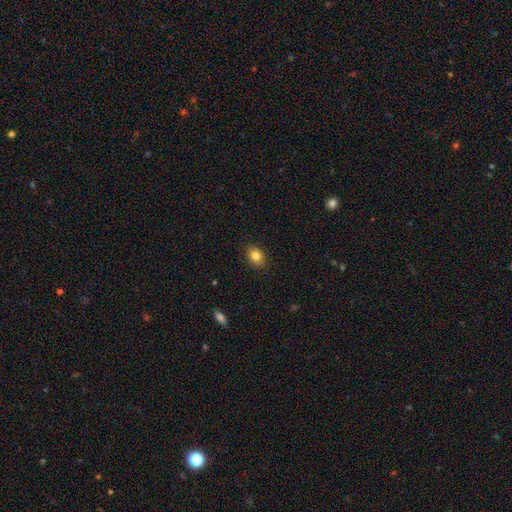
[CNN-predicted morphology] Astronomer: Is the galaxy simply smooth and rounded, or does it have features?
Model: smooth — 84%.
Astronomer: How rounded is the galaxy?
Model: in between — 71%.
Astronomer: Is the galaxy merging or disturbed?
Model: none — 89%.